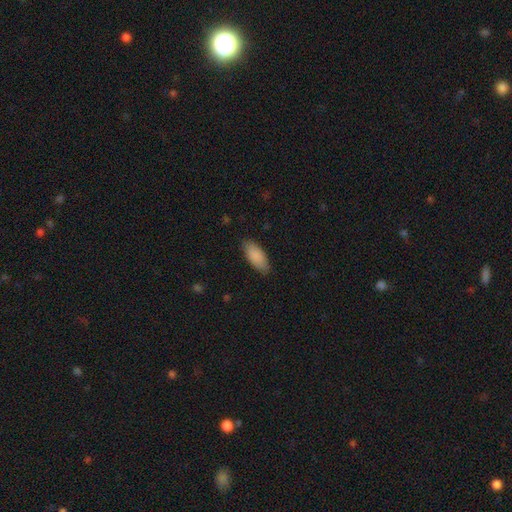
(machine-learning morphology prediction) Smooth or featured? smooth (89%)
How rounded? in between (87%)
Merging? none (84%)